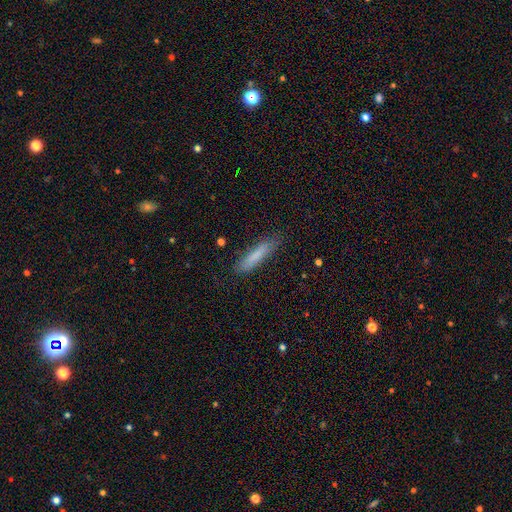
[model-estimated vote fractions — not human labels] smooth 78%, featured or disk 15%, star or artifact 7%. Down the decision tree: how rounded — cigar-shaped (83%); merging — none (80%).